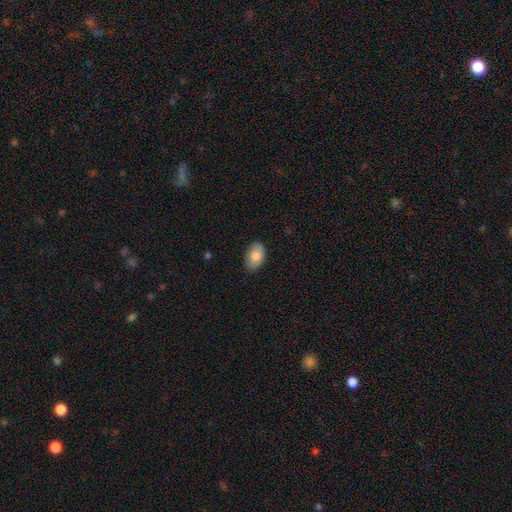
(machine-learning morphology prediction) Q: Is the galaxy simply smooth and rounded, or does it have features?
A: smooth — 82%.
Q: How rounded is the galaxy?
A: in between — 91%.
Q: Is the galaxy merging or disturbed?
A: none — 85%.